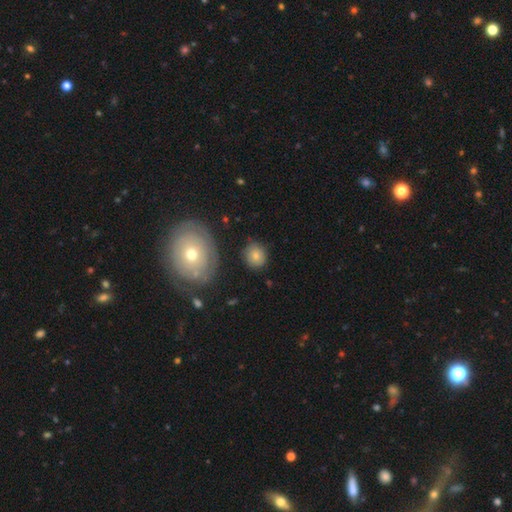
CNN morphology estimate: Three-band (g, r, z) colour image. It shows a smooth galaxy with no disk features (75%) that is round (78%). Merging: none (82%).